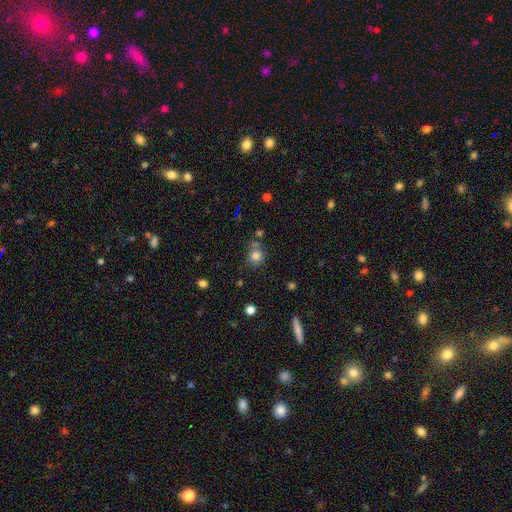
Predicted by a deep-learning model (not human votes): smooth-or-featured: smooth: 80% | star or artifact: 13% | featured or disk: 8%
  how-rounded: round: 77% | in between: 22% | cigar-shaped: 1%
  merging: none: 62% | minor disturbance: 18% | merger: 15% | major disturbance: 6%